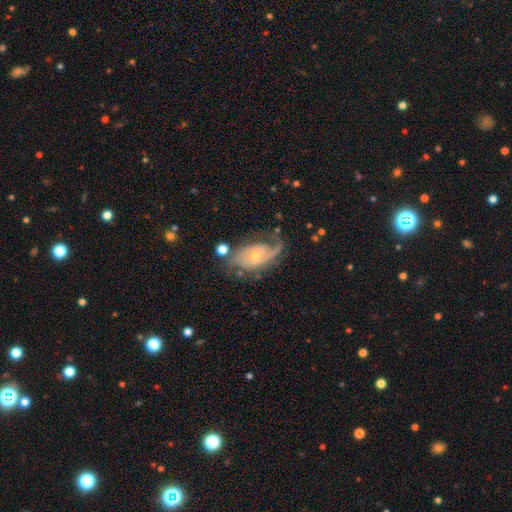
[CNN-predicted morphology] Smooth or featured? Predicted: featured or disk (p=0.81). Edge-on disk? Predicted: no (p=0.96). Bar? Predicted: no (p=0.68). Spiral arms? Predicted: yes (p=0.92). Spiral winding? Predicted: medium (p=0.40). Spiral arm count? Predicted: 2 (p=0.41). Bulge size? Predicted: small (p=0.68). Merging? Predicted: none (p=0.54).